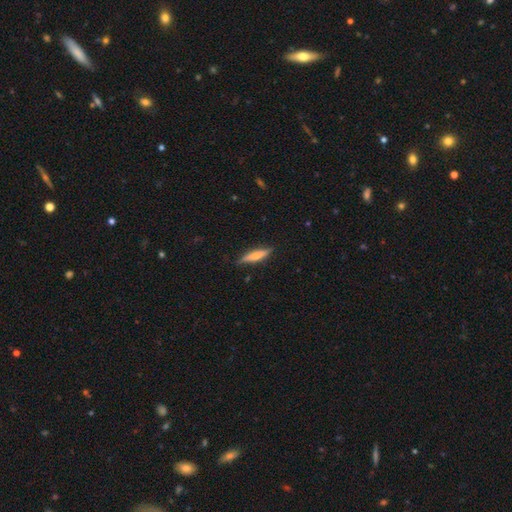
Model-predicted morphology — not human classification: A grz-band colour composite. It shows a smooth galaxy with no disk features (50%). Merging: none (83%).